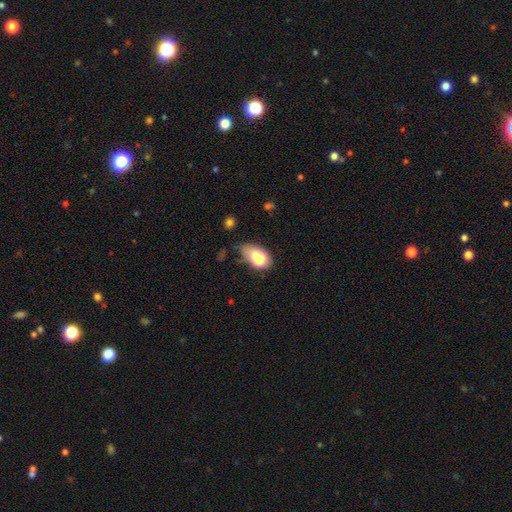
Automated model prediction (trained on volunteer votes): Smooth or featured? smooth (74%)
How rounded? in between (88%)
Merging? none (39%)